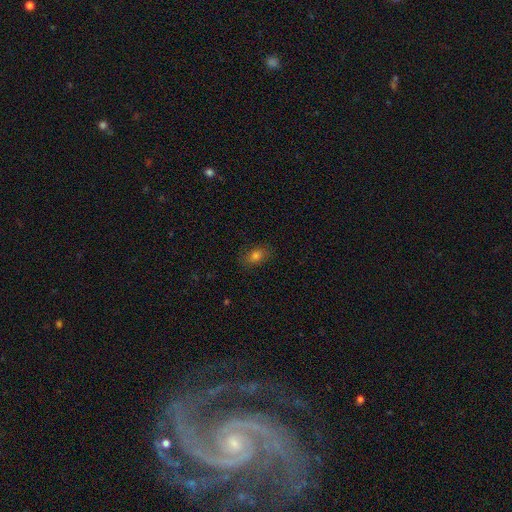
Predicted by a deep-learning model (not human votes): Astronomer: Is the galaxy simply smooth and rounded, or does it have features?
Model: smooth — 75%.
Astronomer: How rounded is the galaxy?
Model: in between — 78%.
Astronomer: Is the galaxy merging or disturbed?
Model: none — 82%.